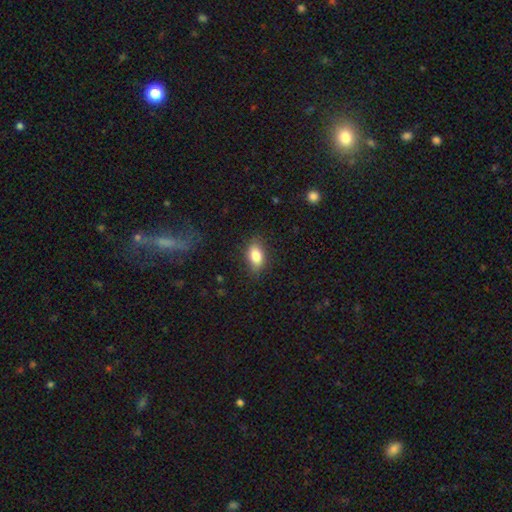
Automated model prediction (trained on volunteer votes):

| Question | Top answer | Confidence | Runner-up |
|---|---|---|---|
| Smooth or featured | smooth | 83% | featured or disk (9%) |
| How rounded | in between | 87% | round (9%) |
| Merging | none | 82% | minor disturbance (14%) |